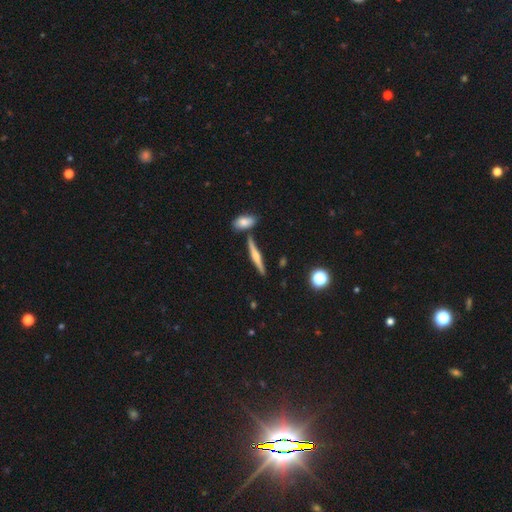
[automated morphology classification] The model was most divided on "smooth or featured": featured or disk: 61%, smooth: 32%, star or artifact: 7%. More confident: edge-on disk — yes (97%); edge-on bulge — rounded (83%); merging — none (82%).